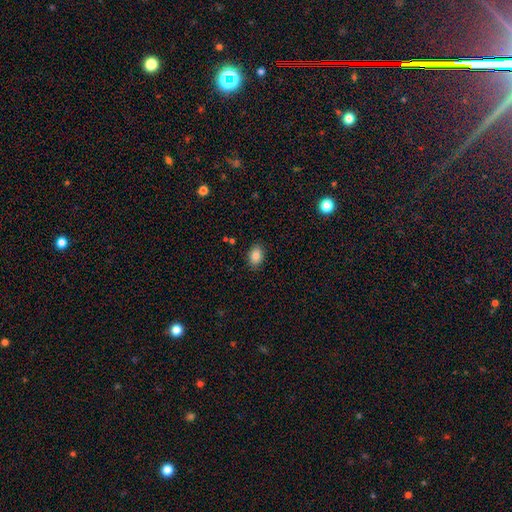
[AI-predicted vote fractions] A smooth galaxy with no disk features (85%) that is in between round and cigar-shaped (82%).

Vote fractions:
- Smooth or featured? smooth: 85% / star or artifact: 9% / featured or disk: 7%
- How rounded? in between: 82% / round: 17% / cigar-shaped: 1%
- Merging? none: 87% / minor disturbance: 9% / major disturbance: 2% / merger: 1%